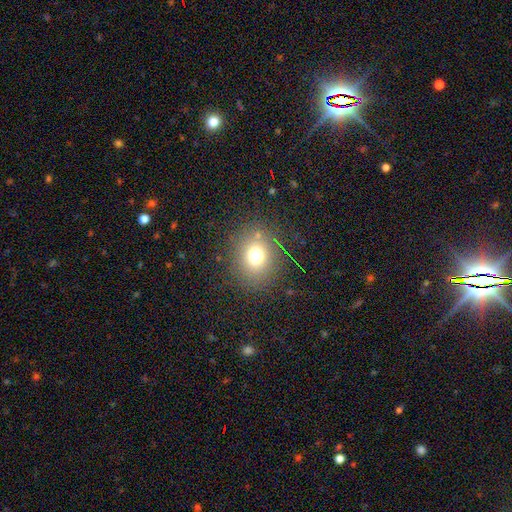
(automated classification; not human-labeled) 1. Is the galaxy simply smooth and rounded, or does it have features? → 70% smooth, 19% star or artifact, 11% featured or disk.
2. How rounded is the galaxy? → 68% round, 31% in between, 1% cigar-shaped.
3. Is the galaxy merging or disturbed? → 83% none, 9% minor disturbance, 5% major disturbance, 2% merger.